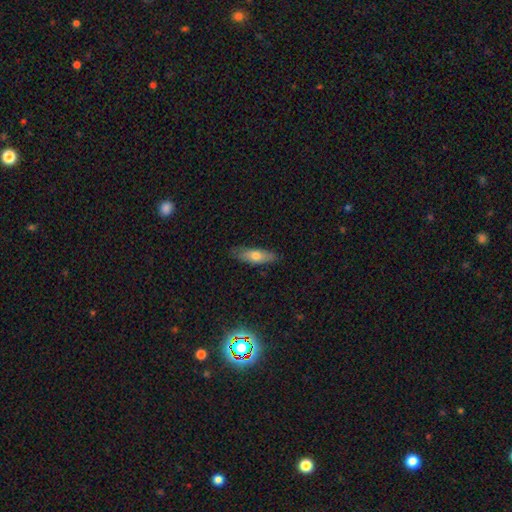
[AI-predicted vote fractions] A smooth galaxy with no disk features (66%) that is in between round and cigar-shaped (53%). Merging: none (83%).